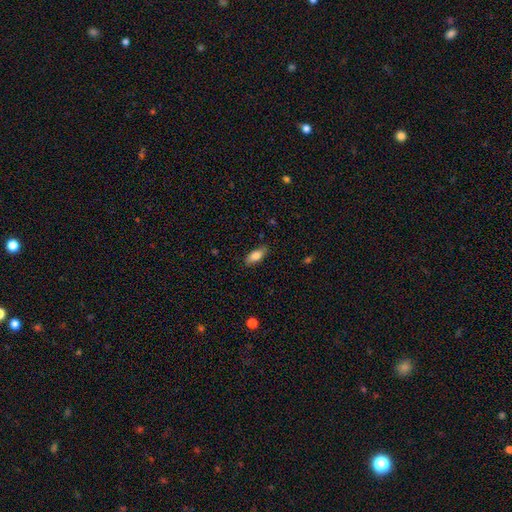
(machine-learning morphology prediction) A smooth galaxy with no disk features (80%) that is in between round and cigar-shaped (81%).

Vote fractions:
- Smooth or featured? smooth: 80% / featured or disk: 13% / star or artifact: 7%
- How rounded? in between: 81% / cigar-shaped: 17% / round: 3%
- Merging? none: 82% / minor disturbance: 14% / major disturbance: 3% / merger: 1%